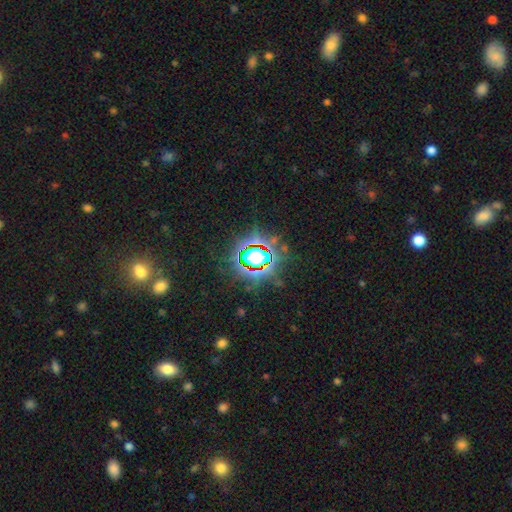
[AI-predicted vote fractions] Smooth or featured? Predicted: star or artifact (p=0.73).